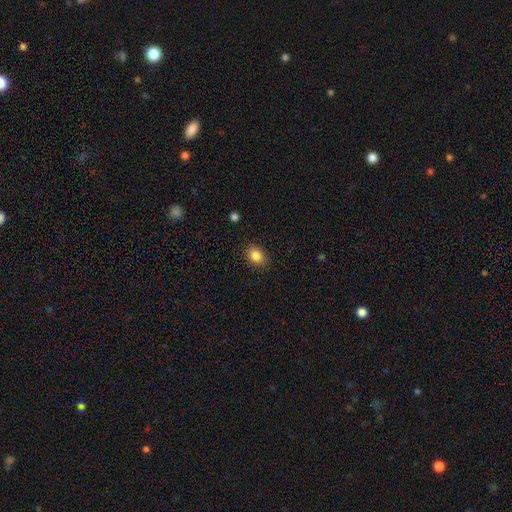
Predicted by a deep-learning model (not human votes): Smooth or featured? Predicted: smooth (p=0.85). How rounded? Predicted: in between (p=0.58). Merging? Predicted: none (p=0.88).